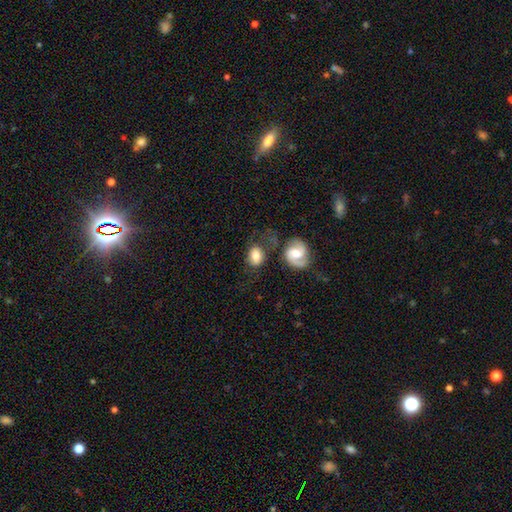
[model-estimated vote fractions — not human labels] This is likely a smooth galaxy (68%). How rounded: likely in between (72%). Merging: possibly none (50%).